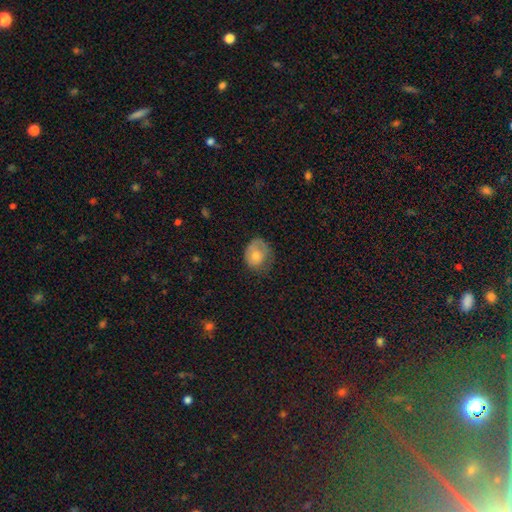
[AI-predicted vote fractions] This appears to be a smooth galaxy with no disk features (60%) that is round (61%). Merging: none (55%).